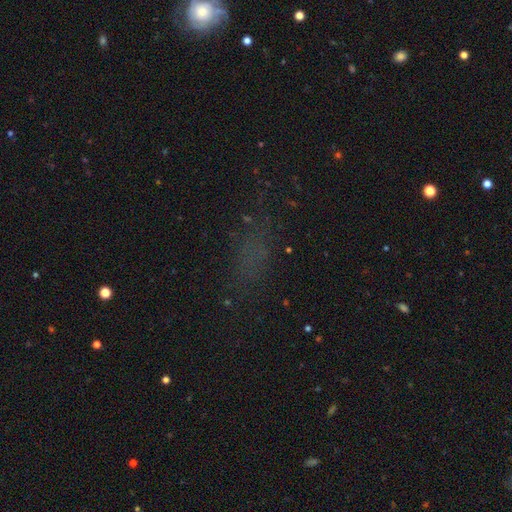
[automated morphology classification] star or artifact 42%, smooth 41%, featured or disk 16%.